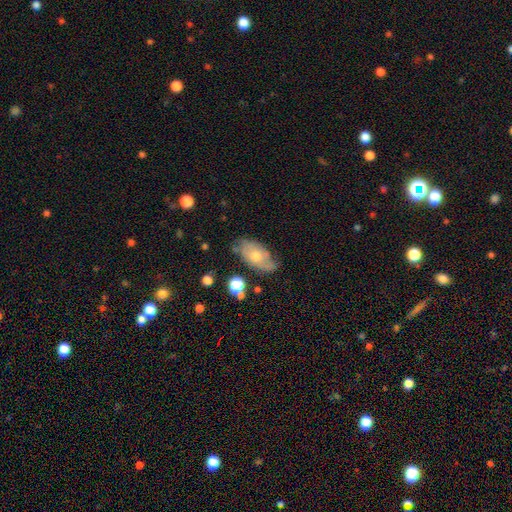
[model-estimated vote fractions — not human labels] smooth-or-featured: featured or disk: 47% | smooth: 44% | star or artifact: 8%
  merging: none: 65% | minor disturbance: 25% | major disturbance: 7% | merger: 3%